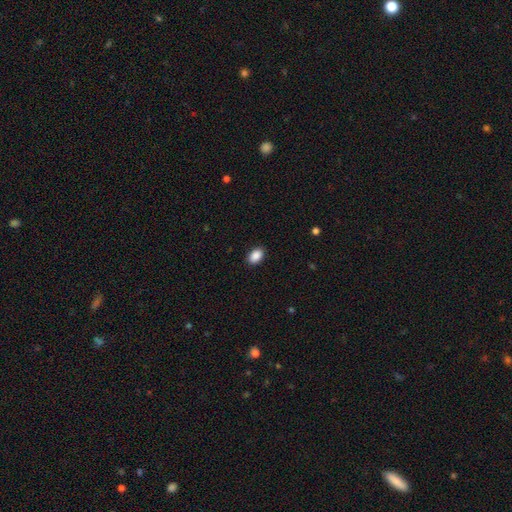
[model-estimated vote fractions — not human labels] Morphology: type=smooth (90%); roundness=in between (88%); merging=none (90%).